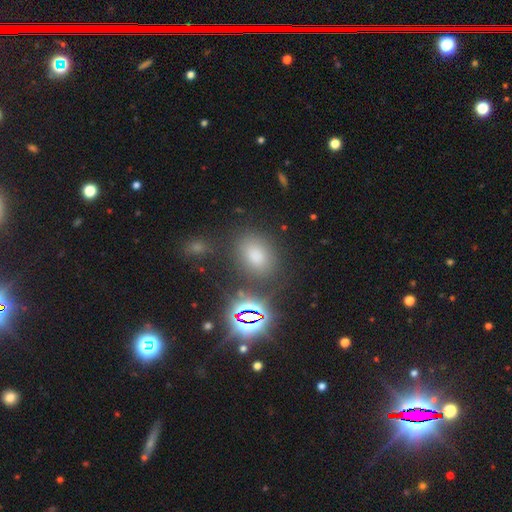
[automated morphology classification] type=smooth (70%); roundness=in between (68%); merging=none (77%).